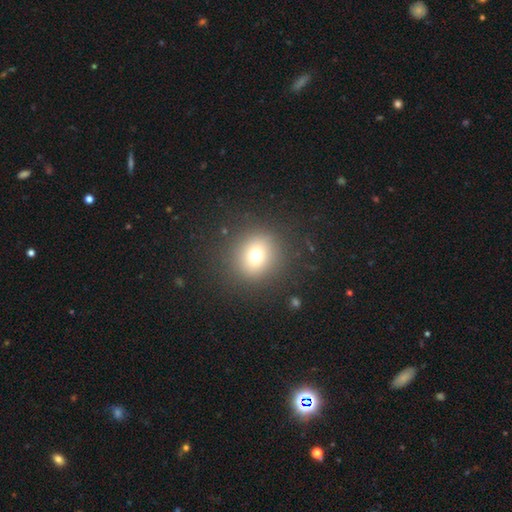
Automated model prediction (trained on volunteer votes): Smooth or featured? Predicted: smooth (p=0.71). How rounded? Predicted: round (p=0.87). Merging? Predicted: none (p=0.87).